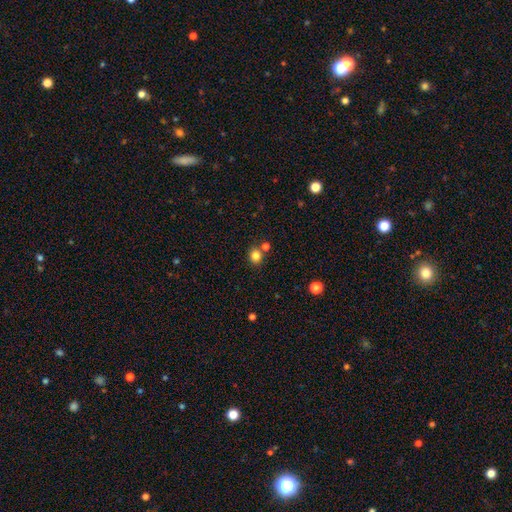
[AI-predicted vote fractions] A smooth galaxy with no disk features (82%) that is round (82%).

Vote fractions:
- Smooth or featured? smooth: 82% / star or artifact: 13% / featured or disk: 5%
- How rounded? round: 82% / in between: 17% / cigar-shaped: 1%
- Merging? none: 72% / merger: 17% / minor disturbance: 9% / major disturbance: 3%